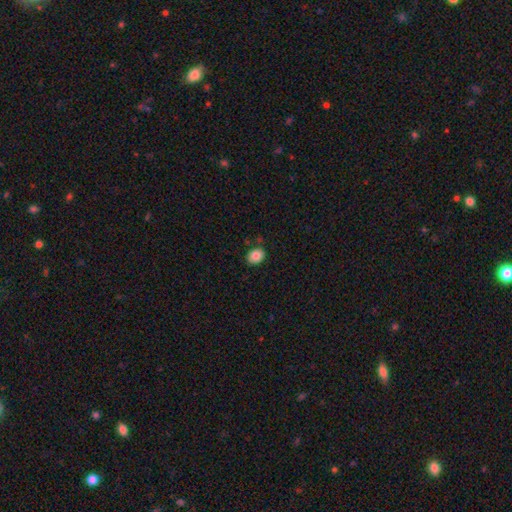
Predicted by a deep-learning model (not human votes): Smooth or featured? smooth (85%)
How rounded? in between (55%)
Merging? none (85%)